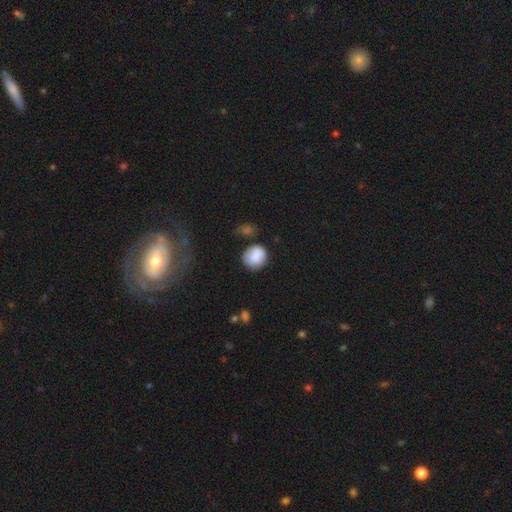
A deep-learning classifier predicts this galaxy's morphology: Smooth or featured? Predicted: smooth (p=0.84). How rounded? Predicted: round (p=0.79). Merging? Predicted: none (p=0.60).